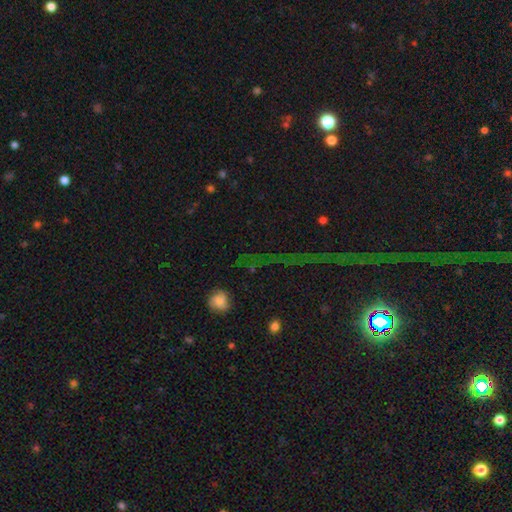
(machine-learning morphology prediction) Smooth or featured? Predicted: star or artifact (p=0.50).